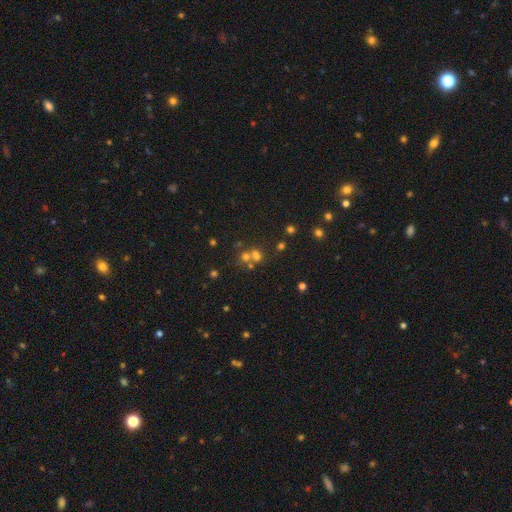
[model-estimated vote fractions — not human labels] This appears to be a smooth galaxy with no disk features (52%) that is round (69%). Merging: merger (46%).